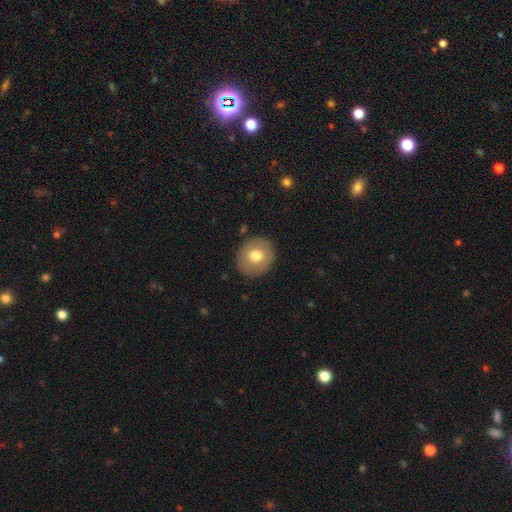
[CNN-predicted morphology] Smooth or featured? Predicted: smooth (p=0.71). How rounded? Predicted: round (p=0.83). Merging? Predicted: none (p=0.88).